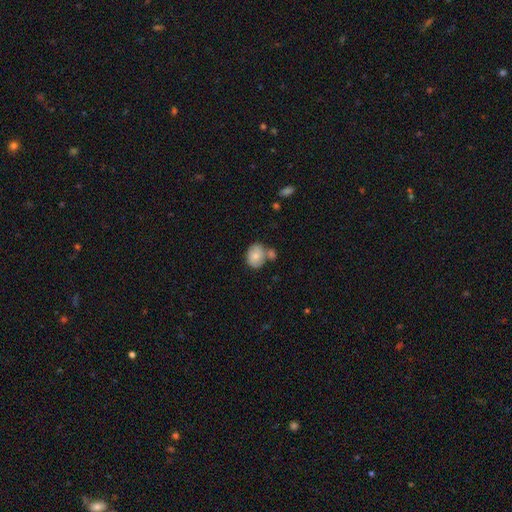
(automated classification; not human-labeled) Smooth or featured?
  - smooth: 79% *
  - featured or disk: 14%
  - star or artifact: 7%
How rounded?
  - in between: 50% * (tied)
  - round: 50% * (tied)
  - cigar-shaped: 1%
Merging?
  - none: 51% *
  - merger: 28%
  - minor disturbance: 17%
  - major disturbance: 5%